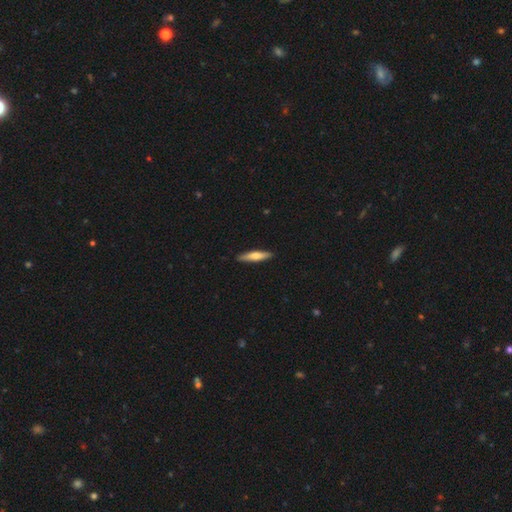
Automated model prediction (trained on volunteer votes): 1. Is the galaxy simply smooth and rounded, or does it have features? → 61% smooth, 34% featured or disk, 5% star or artifact.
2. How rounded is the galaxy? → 84% cigar-shaped, 15% in between, 2% round.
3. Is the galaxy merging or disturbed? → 90% none, 7% minor disturbance, 1% major disturbance, 1% merger.